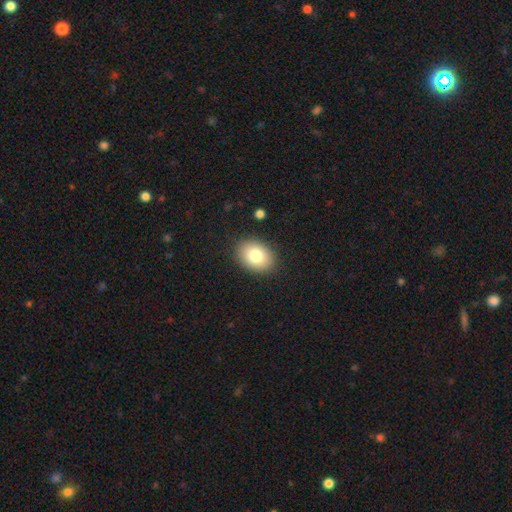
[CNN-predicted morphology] smooth_or_featured: smooth (p=0.80) [alt: featured or disk p=0.11]
how_rounded: in between (p=0.72) [alt: round p=0.27]
merging: none (p=0.88) [alt: minor disturbance p=0.08]